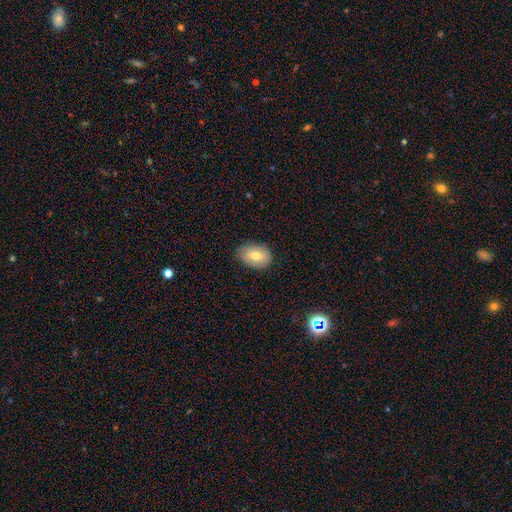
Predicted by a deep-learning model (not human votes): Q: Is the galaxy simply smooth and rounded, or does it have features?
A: smooth — 65%.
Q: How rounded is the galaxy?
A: in between — 81%.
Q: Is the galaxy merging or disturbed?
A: none — 81%.